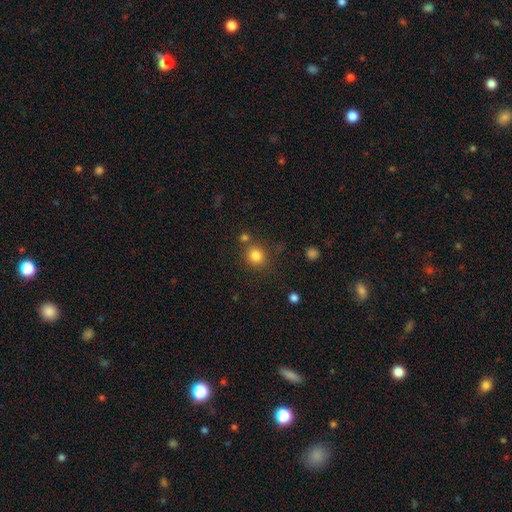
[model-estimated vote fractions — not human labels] Morphology: type=smooth (82%); roundness=round (87%); merging=none (74%).